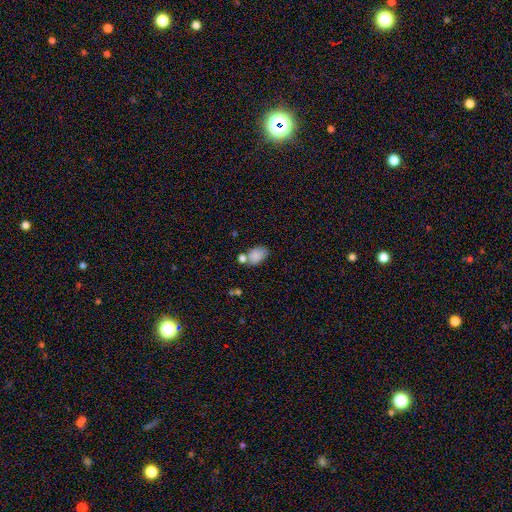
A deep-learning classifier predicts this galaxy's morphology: Q: Smooth or featured?
A: smooth (84%); runner-up: star or artifact (9%)
Q: How rounded?
A: in between (88%); runner-up: round (11%)
Q: Merging?
A: none (52%); runner-up: merger (25%)